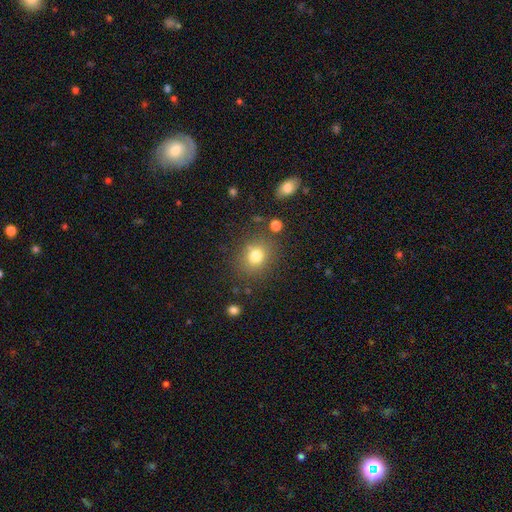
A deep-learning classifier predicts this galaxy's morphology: Smooth or featured: smooth — 77% (star or artifact — 14%)
How rounded: round — 68% (in between — 31%)
Merging: none — 78% (minor disturbance — 12%)